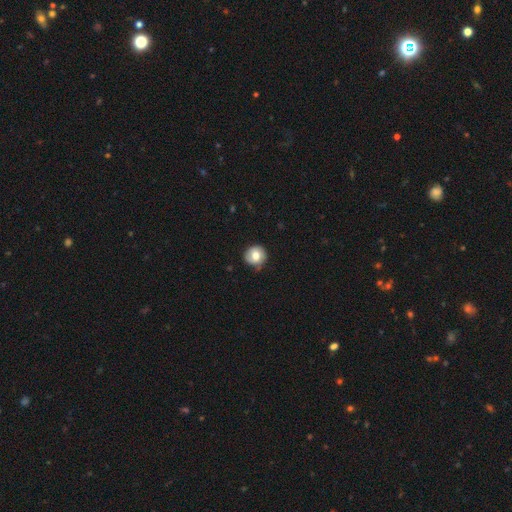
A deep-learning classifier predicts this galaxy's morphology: Smooth or featured? smooth (72%)
How rounded? round (91%)
Merging? none (79%)